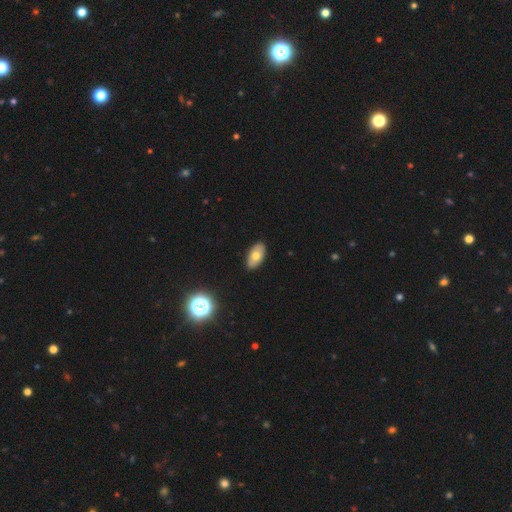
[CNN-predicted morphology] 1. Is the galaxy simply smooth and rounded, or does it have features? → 69% smooth, 22% featured or disk, 9% star or artifact.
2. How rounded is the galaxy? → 92% in between, 4% round, 3% cigar-shaped.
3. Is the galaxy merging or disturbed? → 89% none, 8% minor disturbance, 2% major disturbance, 1% merger.